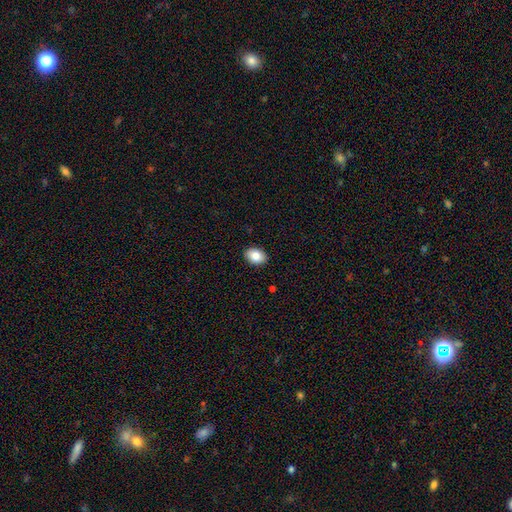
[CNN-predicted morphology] smooth 84%, featured or disk 8%, star or artifact 8%. Down the decision tree: how rounded — in between (77%); merging — none (90%).